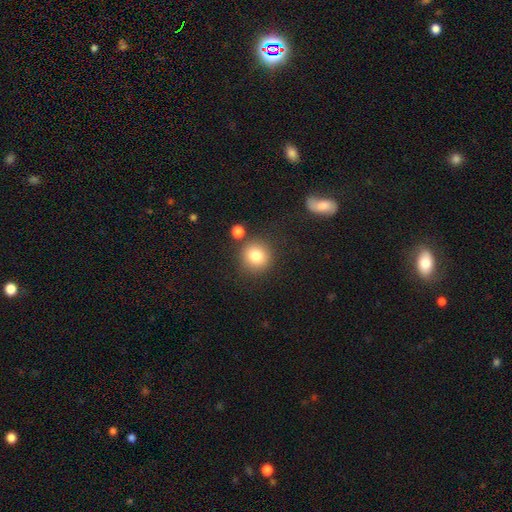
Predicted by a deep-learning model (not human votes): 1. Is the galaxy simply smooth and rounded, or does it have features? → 81% smooth, 11% star or artifact, 8% featured or disk.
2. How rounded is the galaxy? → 91% round, 9% in between, 1% cigar-shaped.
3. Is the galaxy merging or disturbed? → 81% none, 9% minor disturbance, 7% merger, 3% major disturbance.